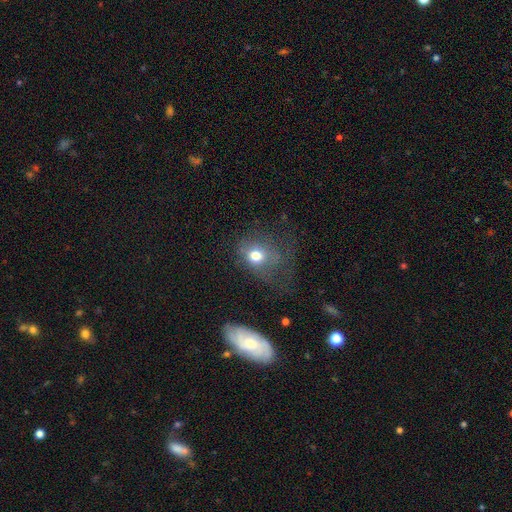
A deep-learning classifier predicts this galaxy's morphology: A smooth galaxy with no disk features (70%) that is round (60%).

Vote fractions:
- Smooth or featured? smooth: 70% / featured or disk: 16% / star or artifact: 14%
- How rounded? round: 60% / in between: 39% / cigar-shaped: 1%
- Merging? none: 42% / major disturbance: 32% / minor disturbance: 22% / merger: 3%